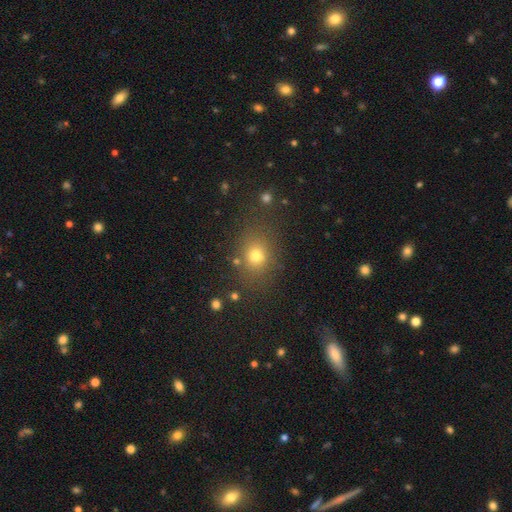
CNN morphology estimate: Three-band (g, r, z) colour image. It shows a smooth galaxy with no disk features (73%) that is round (54%). Merging: none (78%).